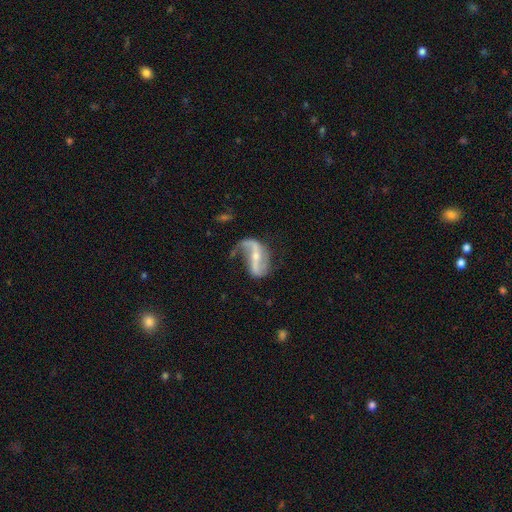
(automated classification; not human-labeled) This is clearly a featured or disk galaxy (86%). It is clearly not viewed edge-on (95%). Bar: possibly strong (58%). Spiral arm pattern: clearly yes (92%). Spiral arm count: clearly 2 (82%). Spiral winding: likely loose (77%). Central bulge: likely small (62%). Merging: possibly none (51%).